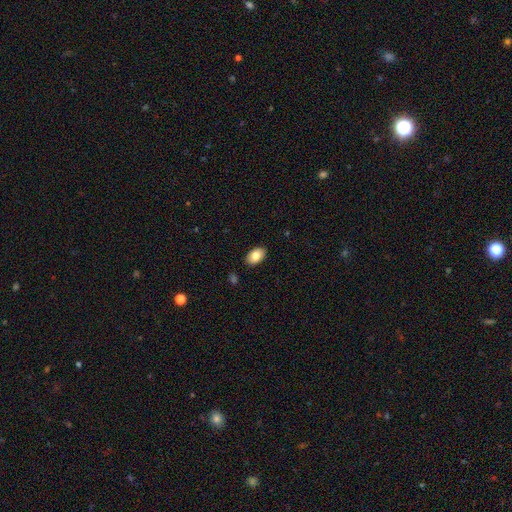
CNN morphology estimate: smooth 83%, featured or disk 10%, star or artifact 7%. Down the decision tree: how rounded — in between (92%); merging — none (89%).